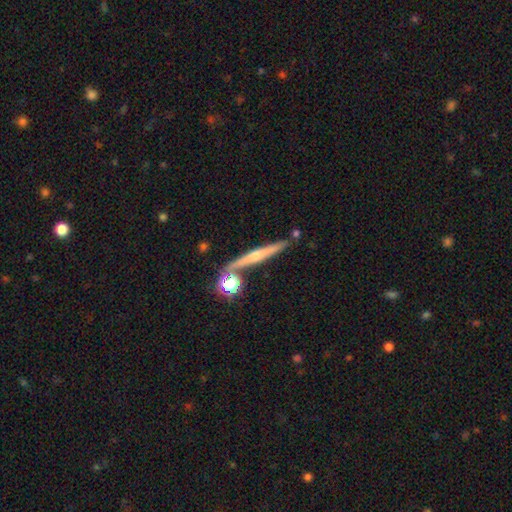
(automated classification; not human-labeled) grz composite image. It shows a featured or disk galaxy (59%) viewed edge-on (95%) with a rounded central bulge (67%). Merging: none (80%).